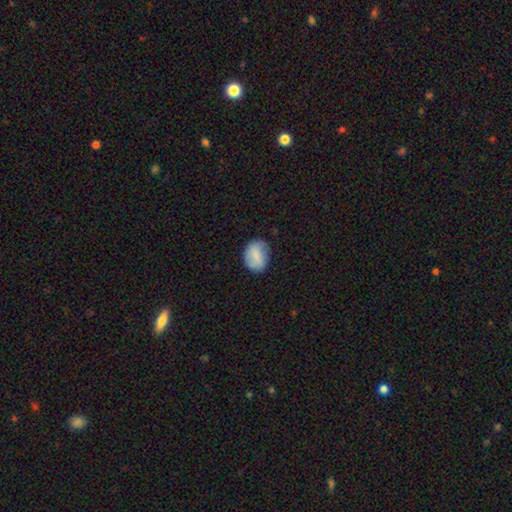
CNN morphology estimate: This appears to be a smooth galaxy with no disk features (74%) that is in between round and cigar-shaped (61%). Merging: none (72%).